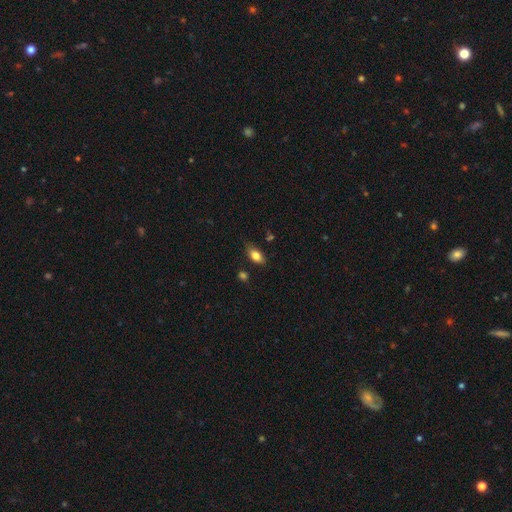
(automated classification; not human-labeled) Overall: smooth (81%). How rounded: in between (88%). Merging: none (78%).